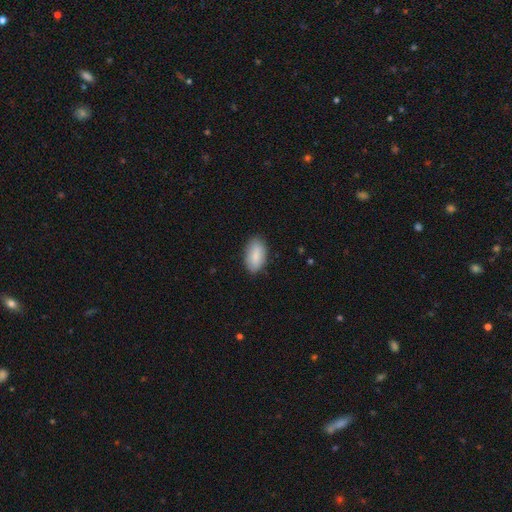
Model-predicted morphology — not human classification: A smooth galaxy with no disk features (86%) that is in between round and cigar-shaped (94%). Merging: none (85%).